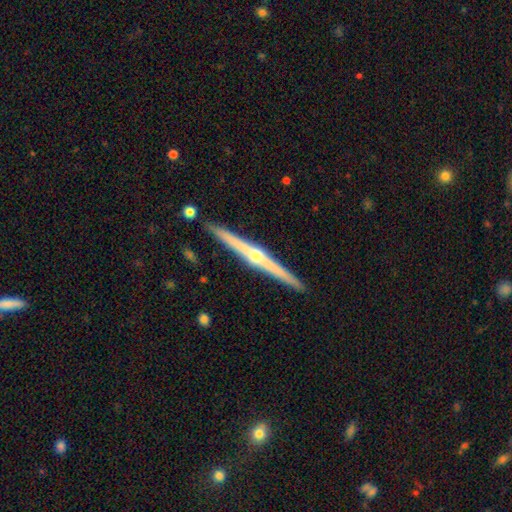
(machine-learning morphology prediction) The model was most divided on "smooth or featured": featured or disk: 82%, smooth: 13%, star or artifact: 5%. More confident: edge-on disk — yes (98%); merging — none (92%); edge-on bulge — rounded (90%).